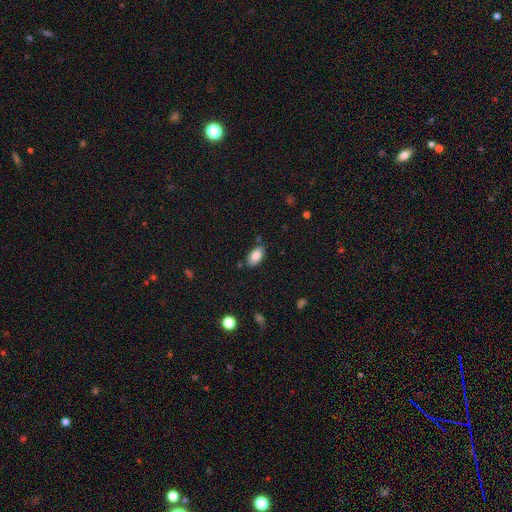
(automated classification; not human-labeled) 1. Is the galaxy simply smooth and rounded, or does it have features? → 84% smooth, 8% featured or disk, 7% star or artifact.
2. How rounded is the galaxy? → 93% in between, 4% round, 3% cigar-shaped.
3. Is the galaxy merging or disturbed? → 81% none, 13% minor disturbance, 3% merger, 3% major disturbance.